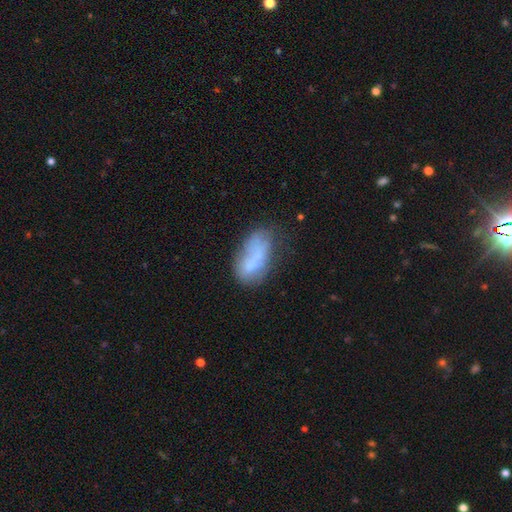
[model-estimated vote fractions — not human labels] Overall: smooth (60%; featured or disk 30%). How rounded: in between (90%). Merging: none (38%; minor disturbance 28%).